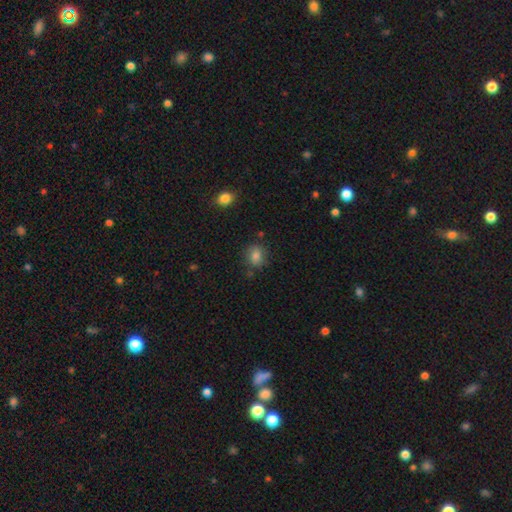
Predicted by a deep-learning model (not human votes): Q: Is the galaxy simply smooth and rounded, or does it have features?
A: smooth — 82%.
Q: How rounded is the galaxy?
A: round — 54%.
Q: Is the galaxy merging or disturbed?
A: none — 76%.